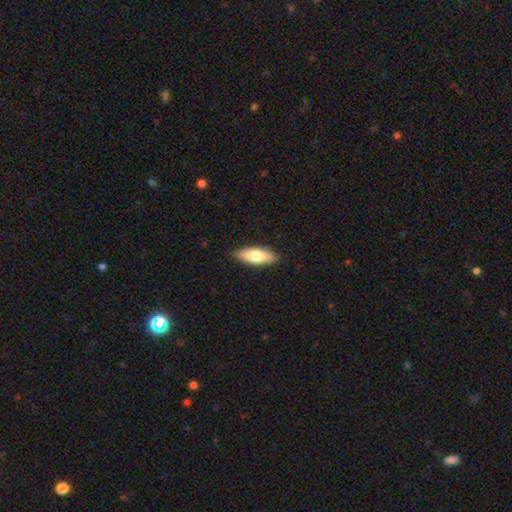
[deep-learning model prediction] Morphology: type=smooth (74%); roundness=in between (66%); merging=none (88%).